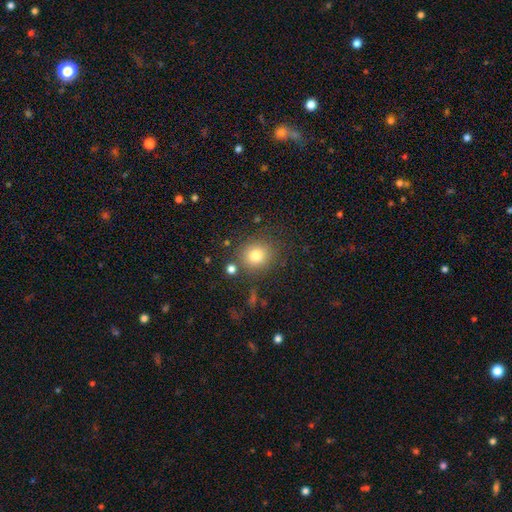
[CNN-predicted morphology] smooth 78%, star or artifact 13%, featured or disk 9%. Down the decision tree: how rounded — round (85%); merging — none (81%).